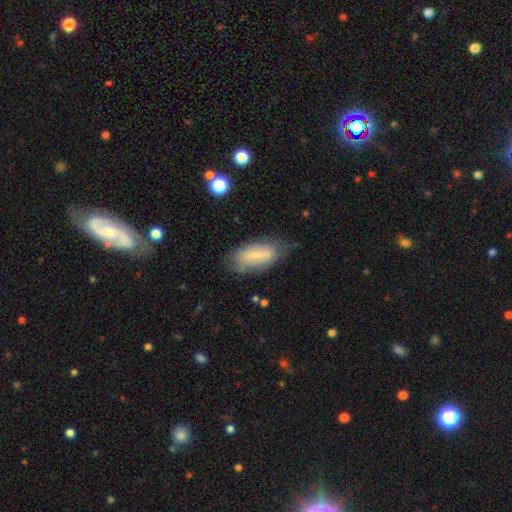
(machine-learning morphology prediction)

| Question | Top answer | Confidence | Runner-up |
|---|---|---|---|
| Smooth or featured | smooth | 59% | featured or disk (33%) |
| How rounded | in between | 89% | cigar-shaped (8%) |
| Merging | none | 68% | minor disturbance (23%) |